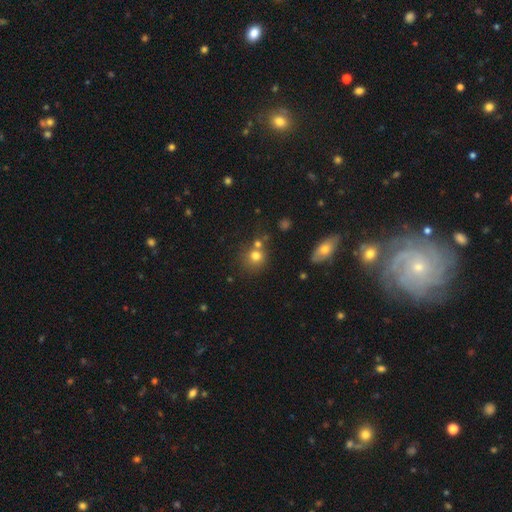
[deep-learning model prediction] A smooth galaxy with no disk features (75%) that is round (84%). Merging: none (56%).